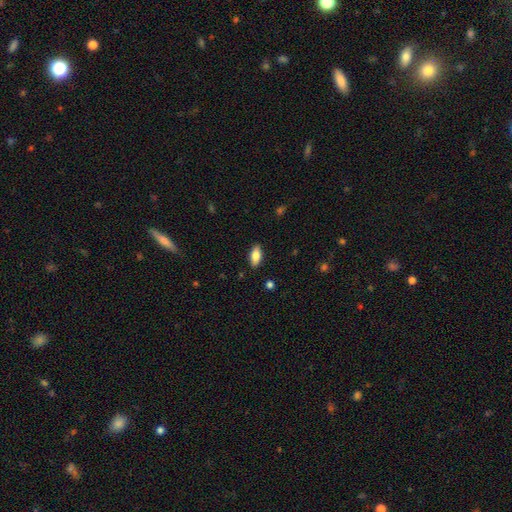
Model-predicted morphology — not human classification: A smooth galaxy with no disk features (78%) that is in between round and cigar-shaped (85%). Merging: none (88%).